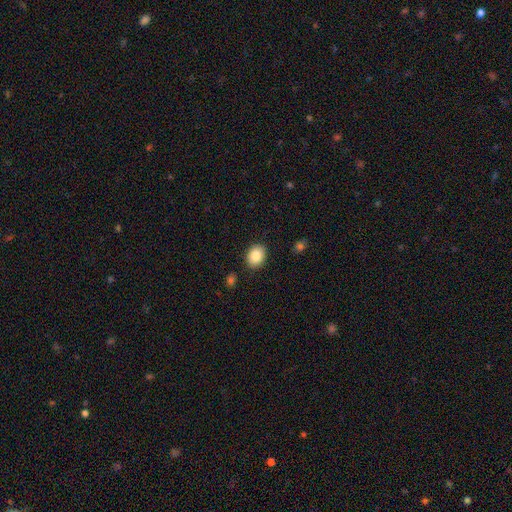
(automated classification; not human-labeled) A smooth galaxy with no disk features (86%) that is in between round and cigar-shaped (58%). Merging: none (88%).